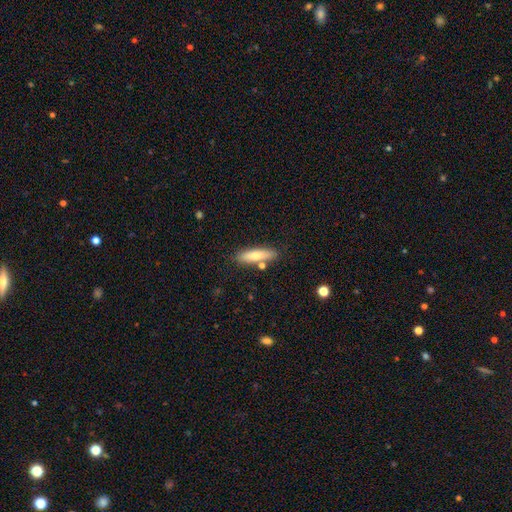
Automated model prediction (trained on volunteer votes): smooth 71%, featured or disk 23%, star or artifact 6%. Down the decision tree: how rounded — cigar-shaped (66%); merging — none (79%).